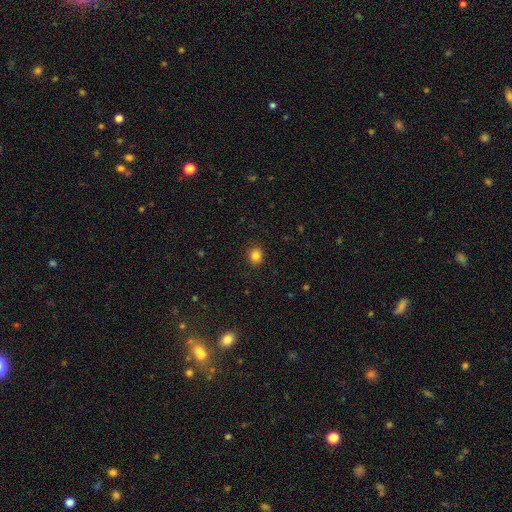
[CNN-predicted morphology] Smooth or featured: smooth — 83% (star or artifact — 12%)
How rounded: round — 72% (in between — 27%)
Merging: none — 90% (minor disturbance — 7%)